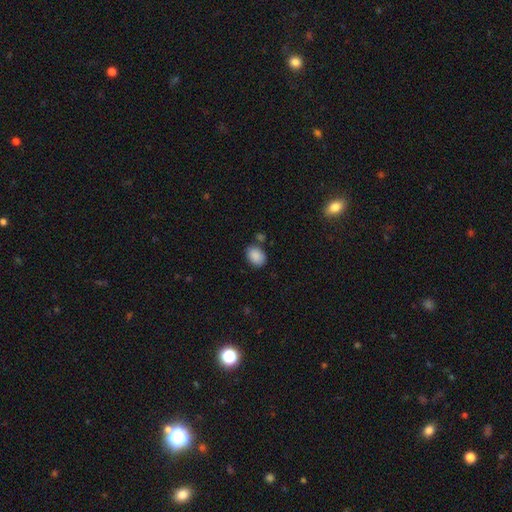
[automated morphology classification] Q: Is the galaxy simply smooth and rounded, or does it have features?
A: smooth — 88%.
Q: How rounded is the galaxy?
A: in between — 72%.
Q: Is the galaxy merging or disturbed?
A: none — 75%.